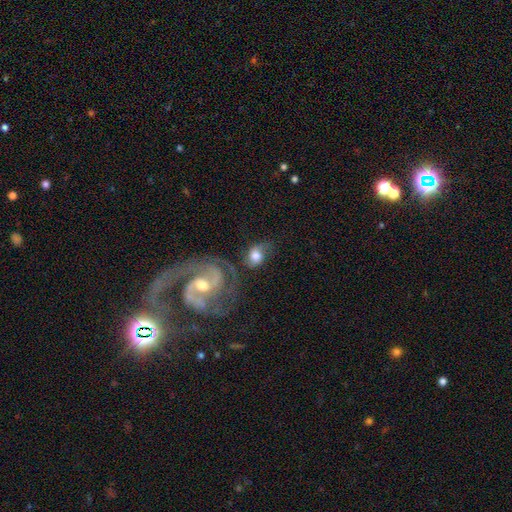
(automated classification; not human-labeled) The model was most divided on "how rounded": in between: 55%, round: 43%, cigar-shaped: 2%. Remaining: smooth or featured — smooth (52%); merging — none (42%).